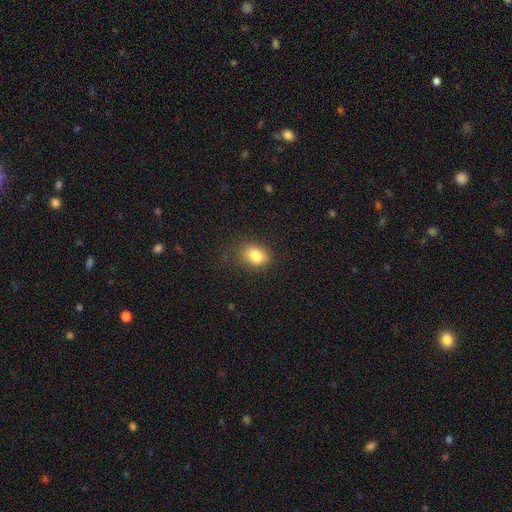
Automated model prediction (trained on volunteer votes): Q: Smooth or featured?
A: smooth (84%); runner-up: star or artifact (9%)
Q: How rounded?
A: in between (72%); runner-up: round (27%)
Q: Merging?
A: none (75%); runner-up: minor disturbance (18%)